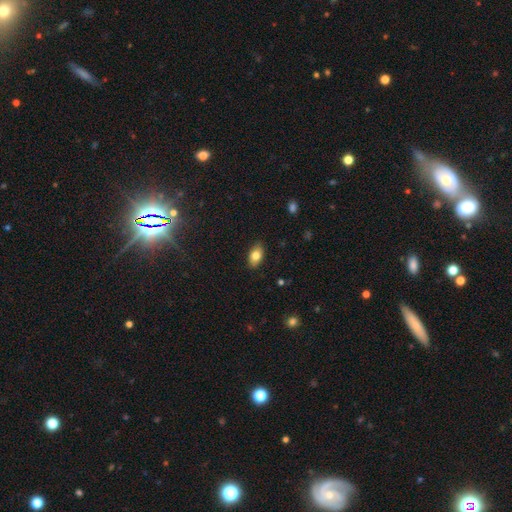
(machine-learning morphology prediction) Smooth or featured? Predicted: smooth (p=0.80). How rounded? Predicted: in between (p=0.91). Merging? Predicted: none (p=0.87).